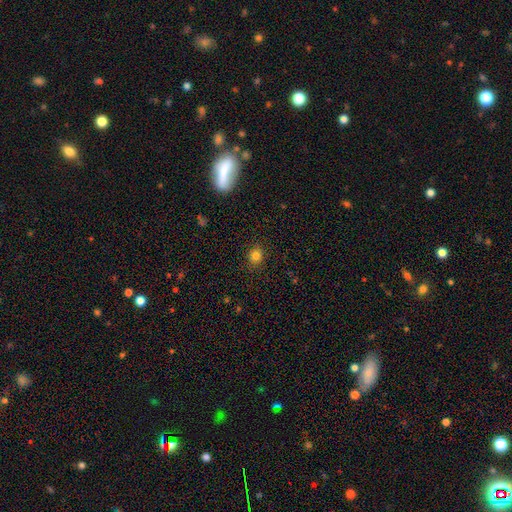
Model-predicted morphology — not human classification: smooth 81%, star or artifact 14%, featured or disk 5%. Down the decision tree: how rounded — round (82%); merging — none (89%).